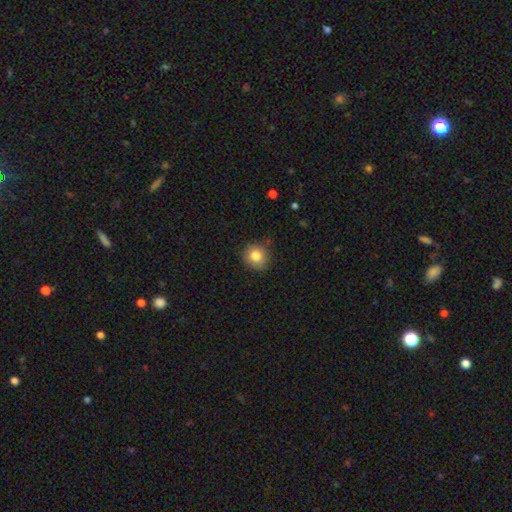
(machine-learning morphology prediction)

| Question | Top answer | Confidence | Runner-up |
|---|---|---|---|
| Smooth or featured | smooth | 82% | star or artifact (10%) |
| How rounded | round | 84% | in between (15%) |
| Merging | none | 81% | minor disturbance (15%) |